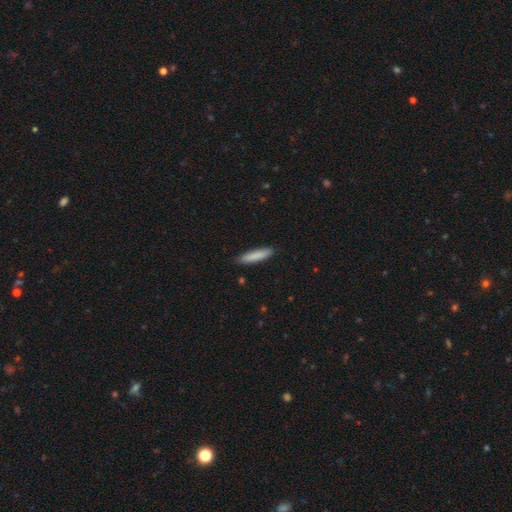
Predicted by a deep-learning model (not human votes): Smooth or featured? Predicted: smooth (p=0.85). How rounded? Predicted: cigar-shaped (p=0.86). Merging? Predicted: none (p=0.88).